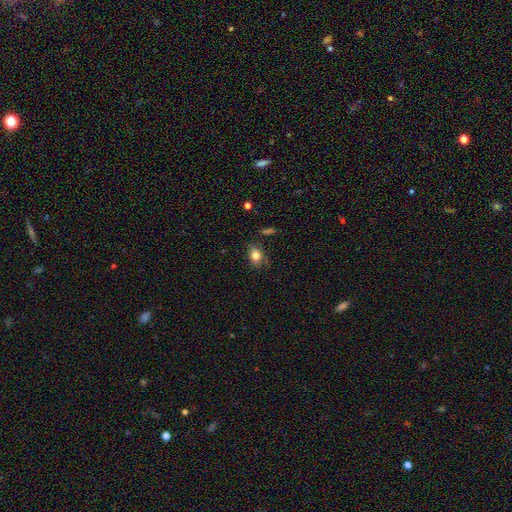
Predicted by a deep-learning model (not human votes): Q: Smooth or featured?
A: smooth (82%); runner-up: star or artifact (10%)
Q: How rounded?
A: in between (65%); runner-up: round (34%)
Q: Merging?
A: none (77%); runner-up: minor disturbance (17%)